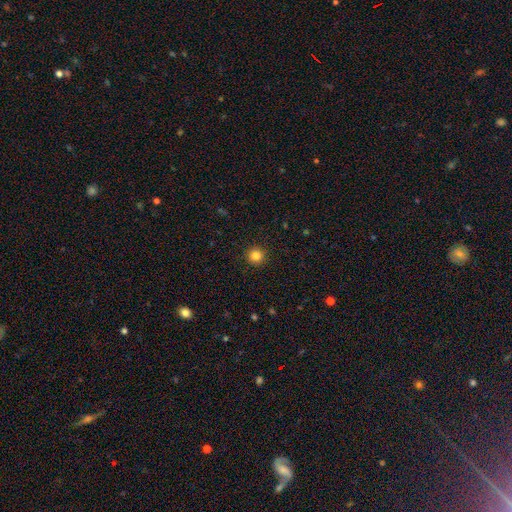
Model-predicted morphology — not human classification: smooth_or_featured: smooth (p=0.84) [alt: star or artifact p=0.12]
how_rounded: round (p=0.95) [alt: in between p=0.04]
merging: none (p=0.93) [alt: minor disturbance p=0.05]